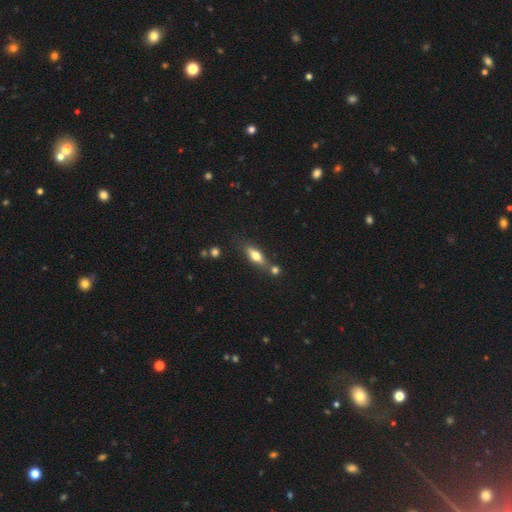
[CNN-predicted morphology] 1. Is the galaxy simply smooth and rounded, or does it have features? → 60% smooth, 32% featured or disk, 8% star or artifact.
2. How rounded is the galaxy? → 56% in between, 40% cigar-shaped, 4% round.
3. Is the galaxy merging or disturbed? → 63% none, 19% merger, 14% minor disturbance, 5% major disturbance.